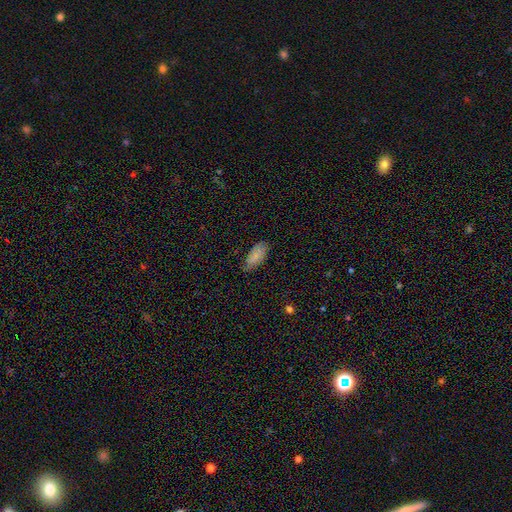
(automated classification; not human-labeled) Smooth or featured?
  - smooth: 78% *
  - featured or disk: 14%
  - star or artifact: 8%
How rounded?
  - in between: 90% *
  - cigar-shaped: 8%
  - round: 2%
Merging?
  - none: 60% *
  - minor disturbance: 31%
  - major disturbance: 8%
  - merger: 2%